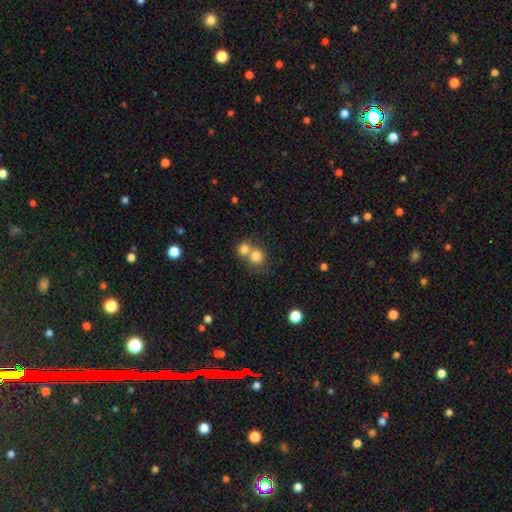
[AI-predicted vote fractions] The model was most divided on "merging": merger: 54%, none: 37%, minor disturbance: 6%, major disturbance: 3%. More confident: how rounded — round (83%); smooth or featured — smooth (78%).